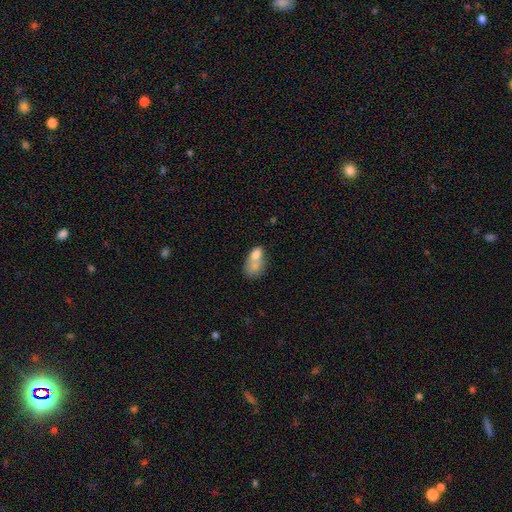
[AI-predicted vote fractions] A smooth galaxy with no disk features (66%) that is in between round and cigar-shaped (77%). Merging: merger (60%).